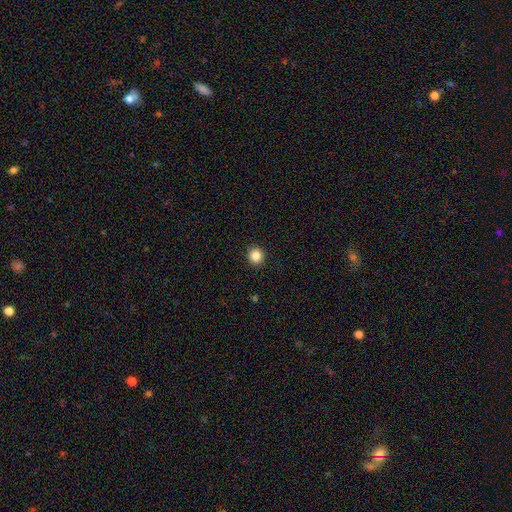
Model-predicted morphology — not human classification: Smooth or featured? smooth (86%)
How rounded? round (92%)
Merging? none (93%)